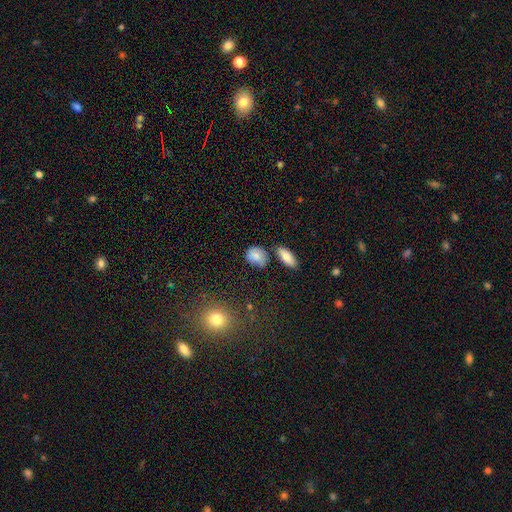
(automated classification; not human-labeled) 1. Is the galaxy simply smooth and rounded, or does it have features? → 82% smooth, 10% featured or disk, 9% star or artifact.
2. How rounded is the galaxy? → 52% round, 46% in between, 2% cigar-shaped.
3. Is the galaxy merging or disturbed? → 61% none, 24% minor disturbance, 9% merger, 6% major disturbance.